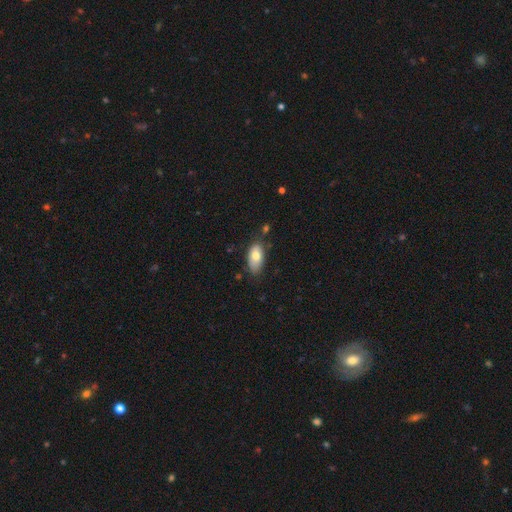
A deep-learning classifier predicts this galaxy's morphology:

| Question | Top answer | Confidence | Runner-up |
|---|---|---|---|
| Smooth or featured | smooth | 76% | featured or disk (17%) |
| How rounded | in between | 91% | cigar-shaped (5%) |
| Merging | none | 68% | minor disturbance (24%) |